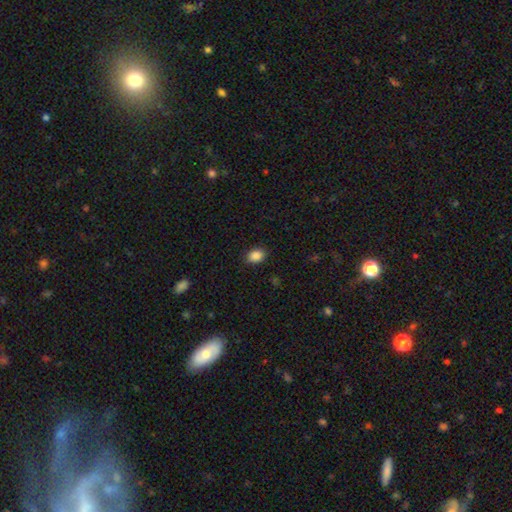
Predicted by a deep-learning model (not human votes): Smooth or featured? smooth (88%)
How rounded? in between (70%)
Merging? none (88%)